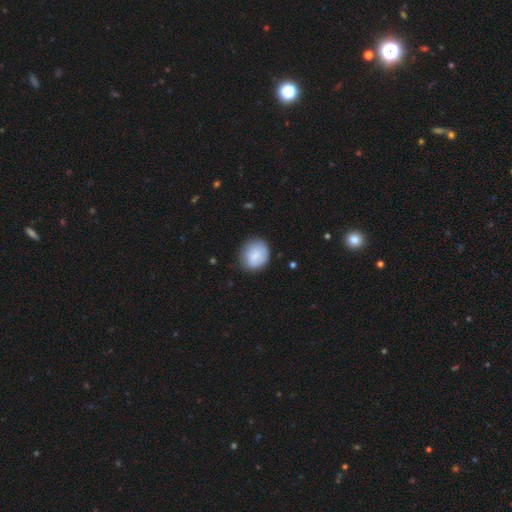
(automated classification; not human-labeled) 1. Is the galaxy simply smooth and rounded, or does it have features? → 83% smooth, 10% featured or disk, 7% star or artifact.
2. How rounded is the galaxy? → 75% round, 24% in between, 1% cigar-shaped.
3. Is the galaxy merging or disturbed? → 79% none, 16% minor disturbance, 4% major disturbance, 1% merger.